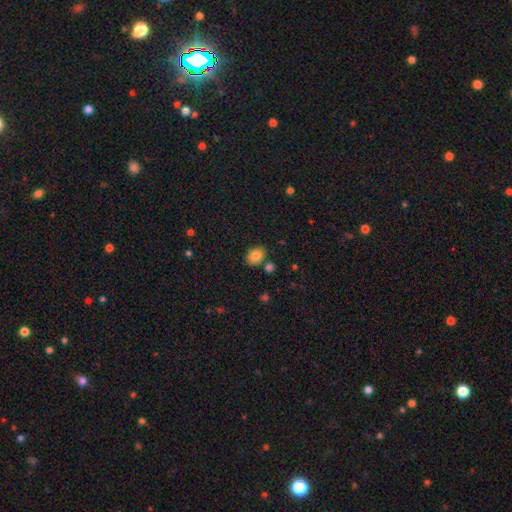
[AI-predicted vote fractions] Smooth or featured? smooth (83%)
How rounded? in between (66%)
Merging? none (79%)